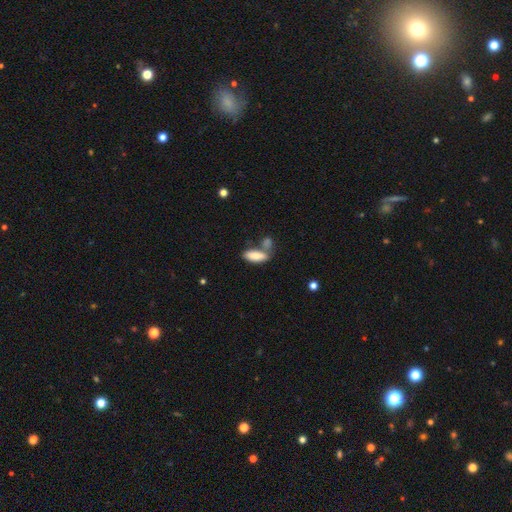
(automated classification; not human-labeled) smooth_or_featured: smooth (p=0.85) [alt: featured or disk p=0.09]
how_rounded: in between (p=0.77) [alt: cigar-shaped p=0.21]
merging: none (p=0.48) [alt: merger p=0.33]